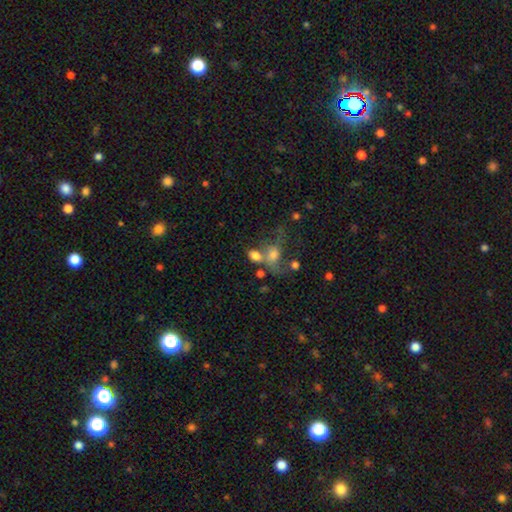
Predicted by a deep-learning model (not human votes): The model was most divided on "merging": merger: 46%, none: 26%, major disturbance: 16%, minor disturbance: 12%. More confident: how rounded — in between (72%); smooth or featured — smooth (68%).